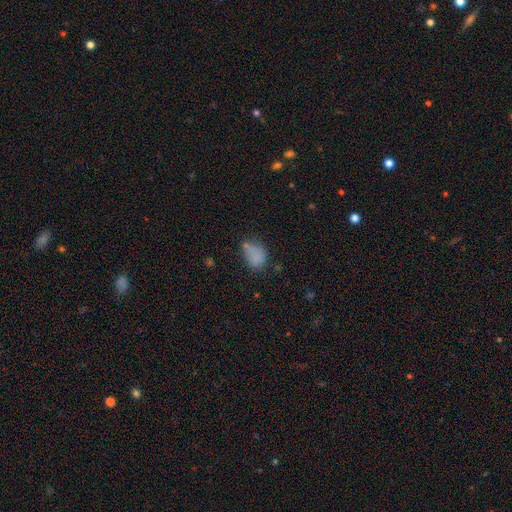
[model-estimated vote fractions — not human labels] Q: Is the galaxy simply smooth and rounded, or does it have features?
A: smooth — 75%.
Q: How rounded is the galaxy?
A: in between — 73%.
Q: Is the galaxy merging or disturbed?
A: none — 44%.